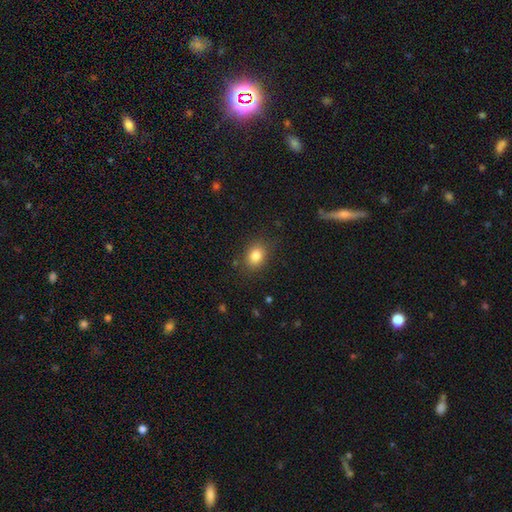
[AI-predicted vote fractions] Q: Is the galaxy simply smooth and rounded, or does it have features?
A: smooth — 83%.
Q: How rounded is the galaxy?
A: in between — 50%.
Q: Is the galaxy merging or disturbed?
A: none — 84%.